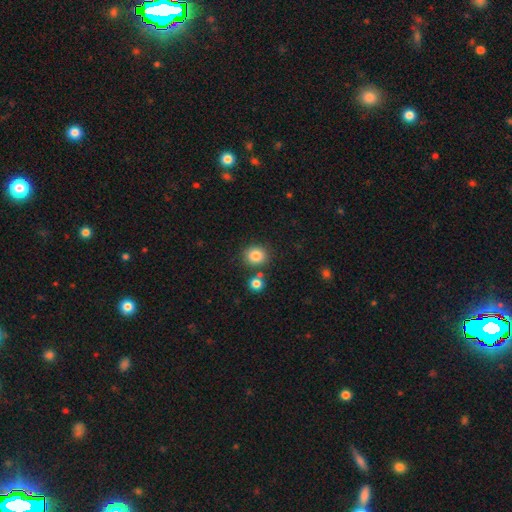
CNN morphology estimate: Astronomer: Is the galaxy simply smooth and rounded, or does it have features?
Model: smooth — 83%.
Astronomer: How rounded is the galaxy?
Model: round — 84%.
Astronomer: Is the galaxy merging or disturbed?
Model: none — 79%.